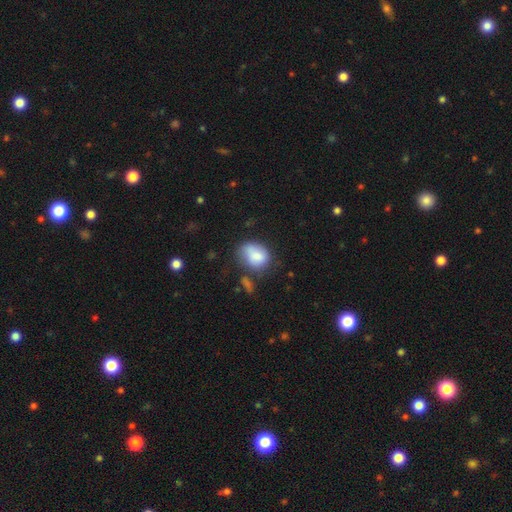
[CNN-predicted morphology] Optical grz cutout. It shows a smooth galaxy with no disk features (79%) that is in between round and cigar-shaped (59%). Merging: none (42%).